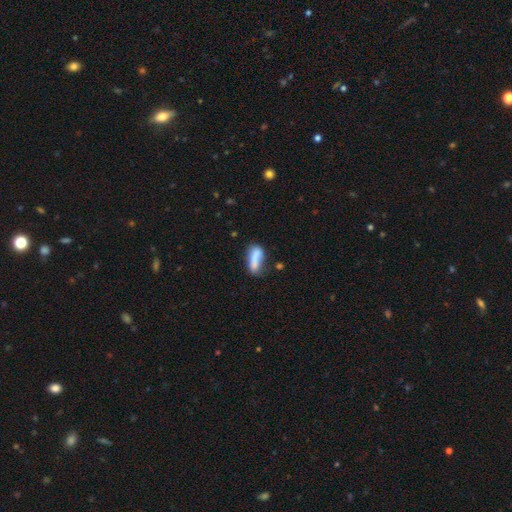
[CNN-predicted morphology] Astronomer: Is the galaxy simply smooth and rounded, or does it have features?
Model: smooth — 80%.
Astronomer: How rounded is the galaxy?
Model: in between — 56% (runner-up: cigar-shaped, 42%).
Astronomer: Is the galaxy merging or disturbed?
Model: none — 53%.